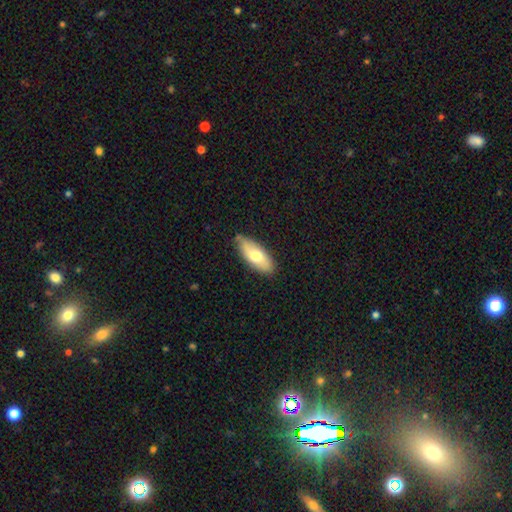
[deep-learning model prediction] This is likely a smooth galaxy (70%). How rounded: likely in between (80%). Merging: likely none (78%).